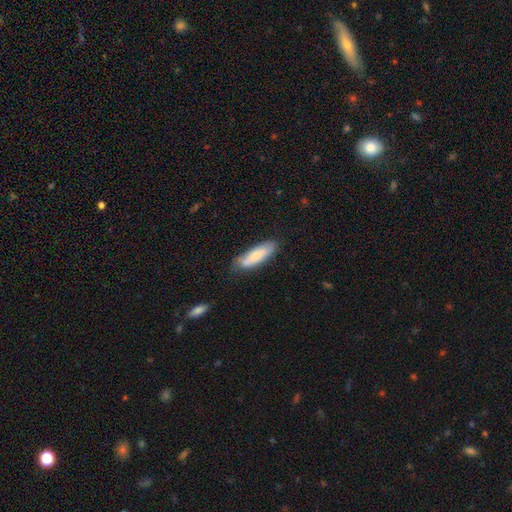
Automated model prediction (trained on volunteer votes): Smooth or featured: smooth — 70% (featured or disk — 24%)
How rounded: cigar-shaped — 49% (tied with in between — 49%)
Merging: none — 69% (minor disturbance — 23%)